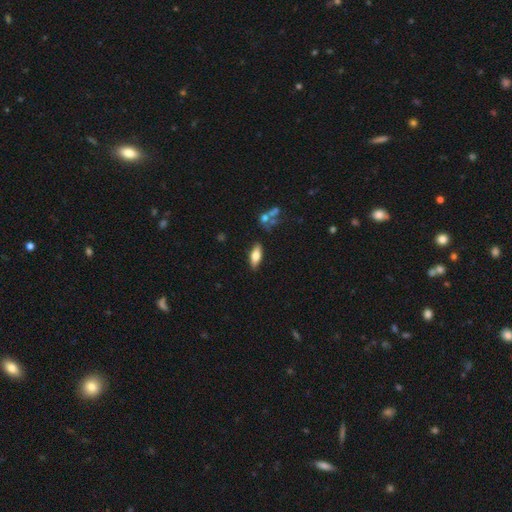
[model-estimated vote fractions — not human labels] This is likely a smooth galaxy (67%). How rounded: likely in between (74%). Merging: clearly none (82%).